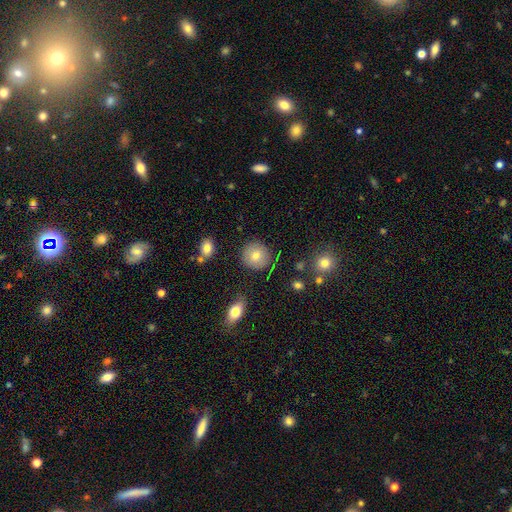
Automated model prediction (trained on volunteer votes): Smooth or featured?
  - smooth: 76% *
  - featured or disk: 15%
  - star or artifact: 9%
How rounded?
  - round: 90% *
  - in between: 9%
  - cigar-shaped: 1%
Merging?
  - none: 84% *
  - minor disturbance: 11%
  - major disturbance: 3%
  - merger: 2%